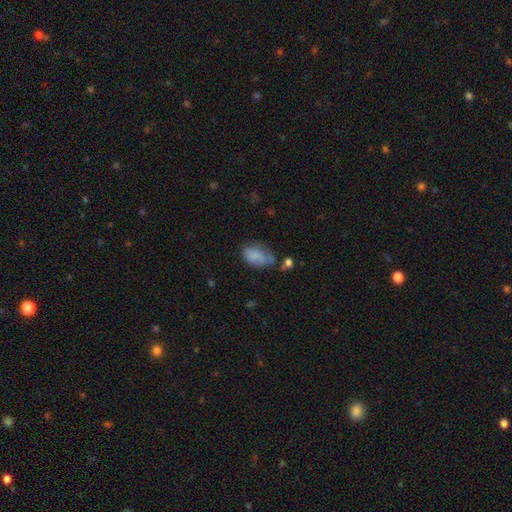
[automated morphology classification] The model was most divided on "merging": none: 39%, minor disturbance: 34%, major disturbance: 18%, merger: 9%. More confident: how rounded — in between (89%); smooth or featured — smooth (75%).